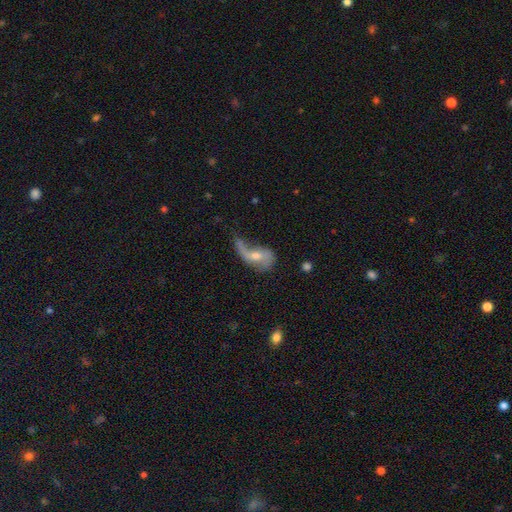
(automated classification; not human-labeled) Q: Smooth or featured?
A: featured or disk (64%); runner-up: smooth (28%)
Q: Edge-on disk?
A: no (93%); runner-up: yes (7%)
Q: Bar?
A: no (57%); runner-up: weak (32%)
Q: Spiral arms?
A: yes (75%); runner-up: no (25%)
Q: Bulge size?
A: moderate (48%); runner-up: small (42%)
Q: Merging?
A: major disturbance (42%); runner-up: minor disturbance (25%)